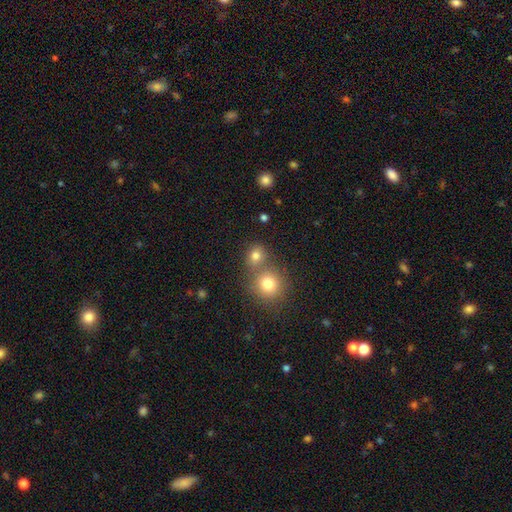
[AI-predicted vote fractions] Smooth or featured? smooth (79%)
How rounded? round (81%)
Merging? none (55%)